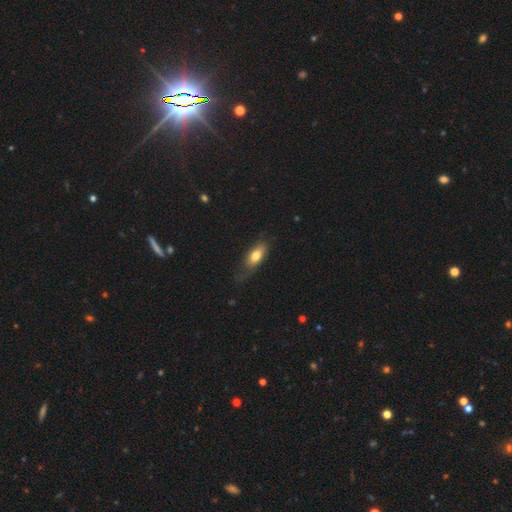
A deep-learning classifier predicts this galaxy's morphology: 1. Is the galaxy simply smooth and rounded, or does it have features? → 72% smooth, 21% featured or disk, 7% star or artifact.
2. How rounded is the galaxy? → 78% in between, 18% cigar-shaped, 4% round.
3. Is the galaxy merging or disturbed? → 55% none, 30% minor disturbance, 14% major disturbance, 2% merger.